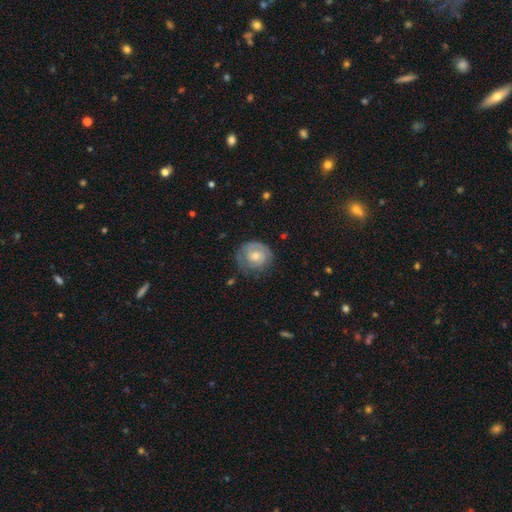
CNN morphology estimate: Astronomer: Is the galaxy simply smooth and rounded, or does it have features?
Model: featured or disk — 54% (runner-up: smooth, 39%).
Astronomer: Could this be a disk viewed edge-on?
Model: no — 97%.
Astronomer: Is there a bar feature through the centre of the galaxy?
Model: no — 68%.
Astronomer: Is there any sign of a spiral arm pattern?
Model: yes — 75%.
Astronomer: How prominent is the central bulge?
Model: moderate — 52% (runner-up: small, 39%).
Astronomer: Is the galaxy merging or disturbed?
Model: none — 64%.